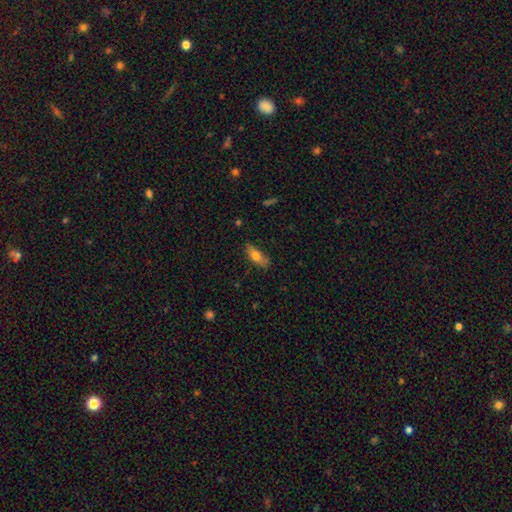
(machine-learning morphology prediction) This appears to be a smooth galaxy with no disk features (68%) that is in between round and cigar-shaped (65%). Merging: none (68%).